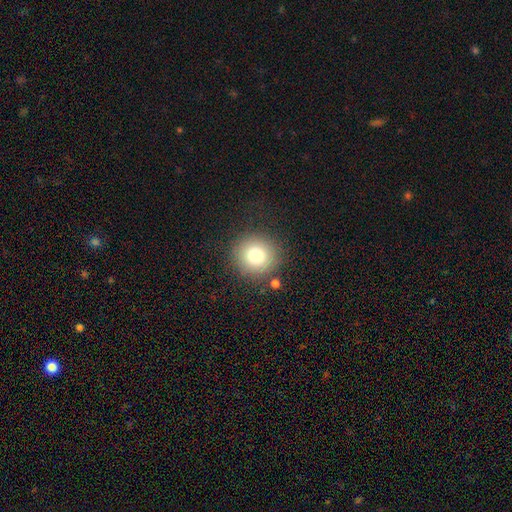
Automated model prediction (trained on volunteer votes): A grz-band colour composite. It shows a smooth galaxy with no disk features (78%) that is round (93%). Merging: none (85%).